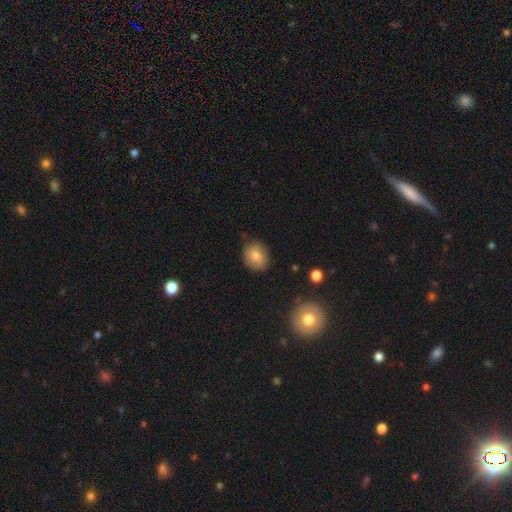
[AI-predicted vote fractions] smooth 78%, featured or disk 12%, star or artifact 9%. Down the decision tree: how rounded — round (58%); merging — none (82%).